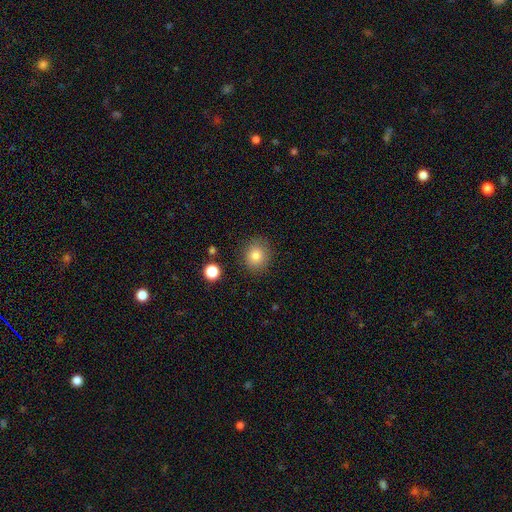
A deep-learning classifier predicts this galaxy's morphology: Smooth or featured? Predicted: smooth (p=0.81). How rounded? Predicted: round (p=0.82). Merging? Predicted: none (p=0.86).